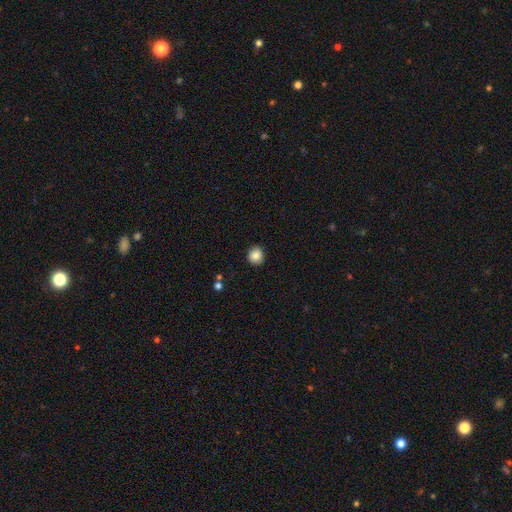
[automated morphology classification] Q: Smooth or featured?
A: smooth (86%); runner-up: star or artifact (9%)
Q: How rounded?
A: round (86%); runner-up: in between (13%)
Q: Merging?
A: none (91%); runner-up: minor disturbance (6%)